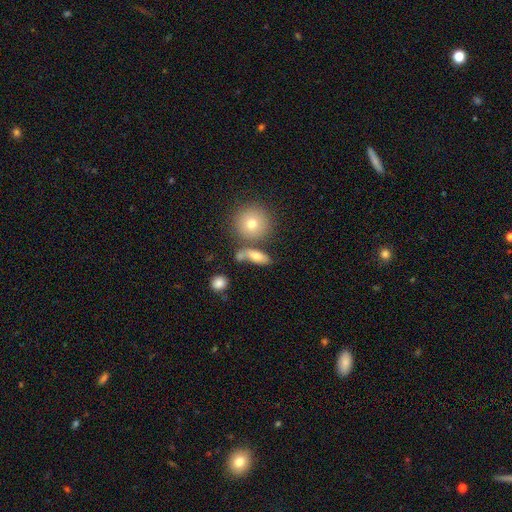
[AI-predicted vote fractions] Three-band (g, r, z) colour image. It shows a smooth galaxy with no disk features (72%) that is in between round and cigar-shaped (61%). Merging: none (57%).